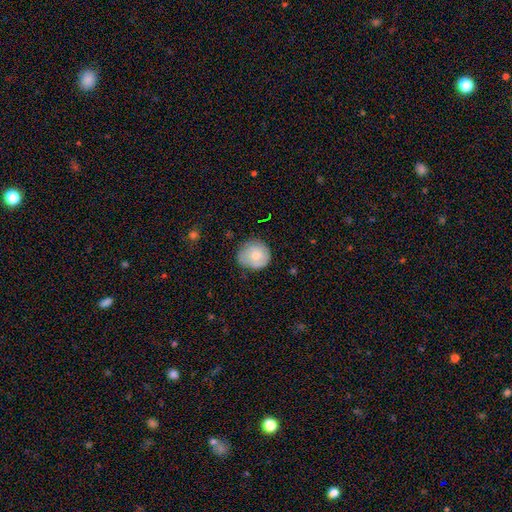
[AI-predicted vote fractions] A smooth galaxy with no disk features (72%) that is round (86%).

Vote fractions:
- Smooth or featured? smooth: 72% / featured or disk: 21% / star or artifact: 7%
- How rounded? round: 86% / in between: 13% / cigar-shaped: 1%
- Merging? none: 71% / minor disturbance: 22% / major disturbance: 5% / merger: 1%